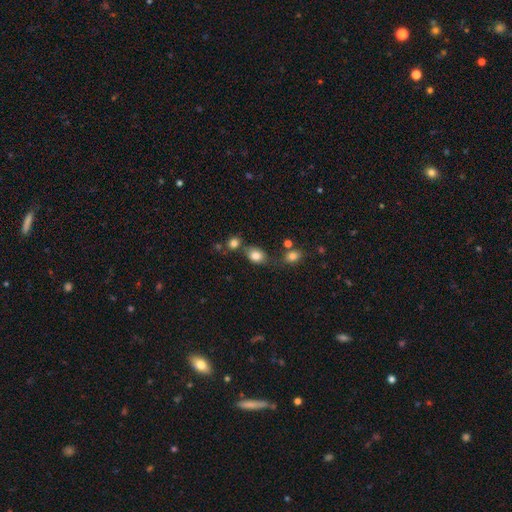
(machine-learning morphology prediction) smooth 82%, star or artifact 11%, featured or disk 8%. Down the decision tree: how rounded — in between (61%); merging — none (63%).